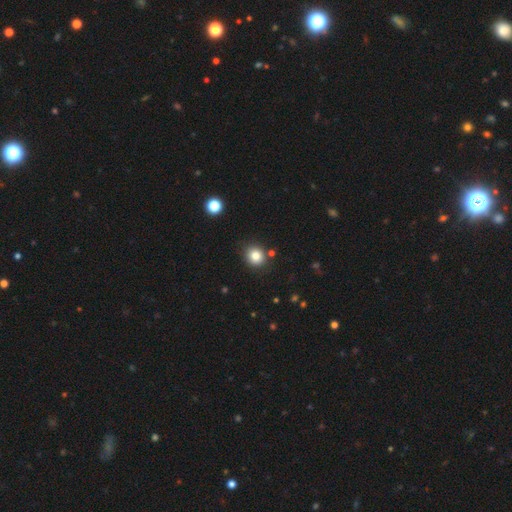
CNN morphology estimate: The model was most divided on "how rounded": round: 81%, in between: 18%, cigar-shaped: 1%. More confident: merging — none (85%); smooth or featured — smooth (83%).